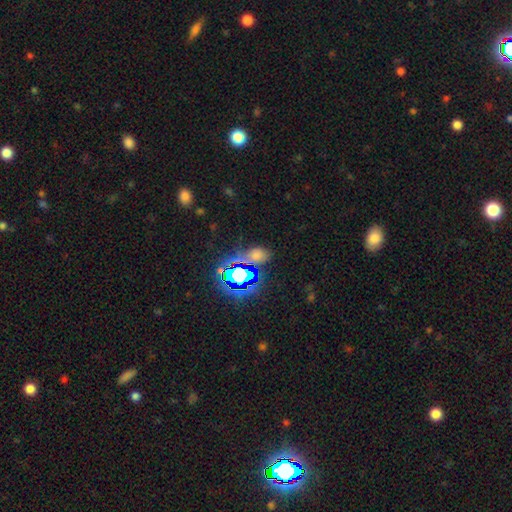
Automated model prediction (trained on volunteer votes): The model was most divided on "smooth or featured": star or artifact: 55%, smooth: 36%, featured or disk: 9%.